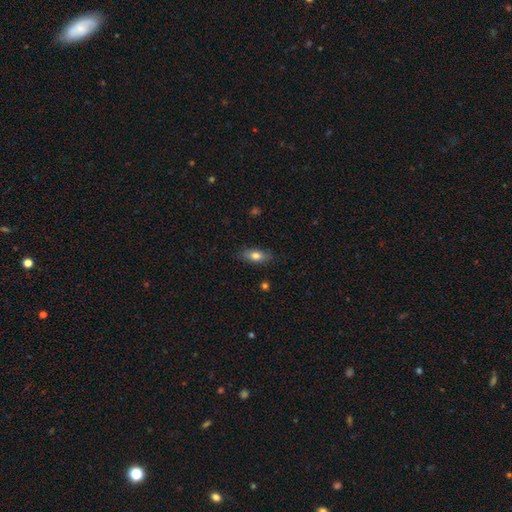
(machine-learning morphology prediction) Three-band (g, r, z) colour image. It shows a smooth galaxy with no disk features (77%) that is in between round and cigar-shaped (80%). Merging: none (85%).